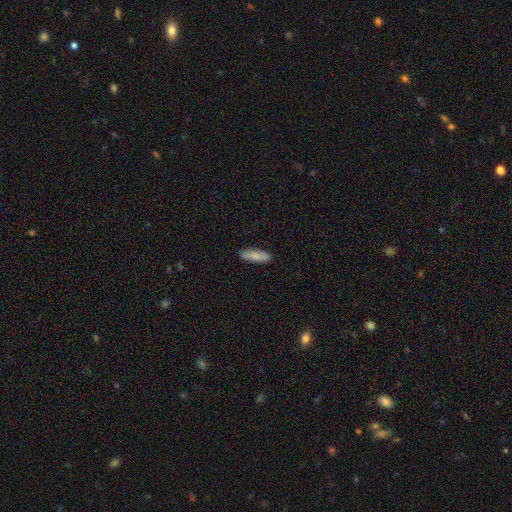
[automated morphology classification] Smooth or featured? smooth (85%)
How rounded? cigar-shaped (58%)
Merging? none (89%)